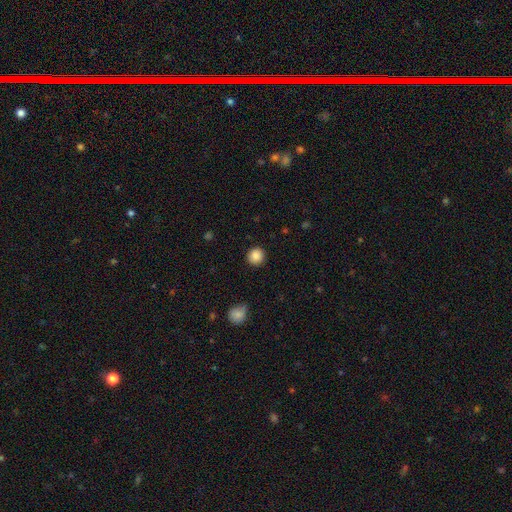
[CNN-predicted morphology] smooth-or-featured: smooth: 87% | star or artifact: 9% | featured or disk: 3%
  how-rounded: round: 93% | in between: 6% | cigar-shaped: 1%
  merging: none: 90% | minor disturbance: 6% | major disturbance: 2% | merger: 1%